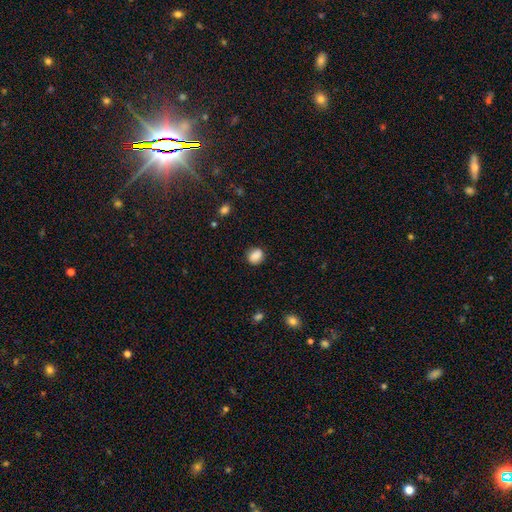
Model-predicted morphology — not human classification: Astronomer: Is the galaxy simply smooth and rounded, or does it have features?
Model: smooth — 84%.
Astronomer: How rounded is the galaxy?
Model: round — 63%.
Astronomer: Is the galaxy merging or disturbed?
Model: none — 80%.